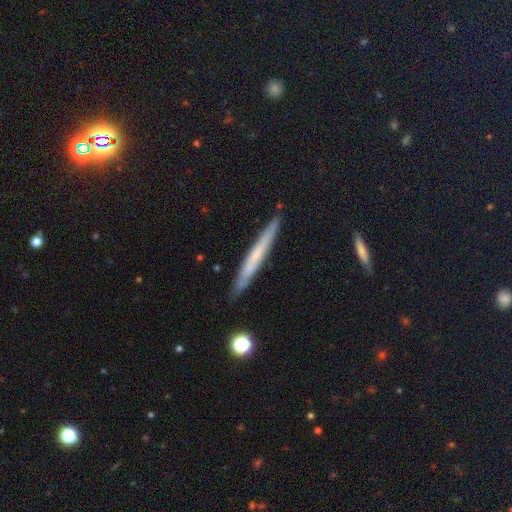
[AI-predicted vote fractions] Smooth or featured? smooth (48%)
Merging? none (88%)